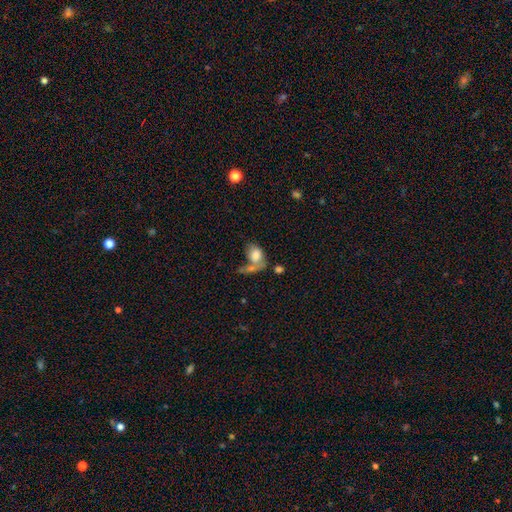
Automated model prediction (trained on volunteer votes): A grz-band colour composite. It shows a smooth galaxy with no disk features (74%) that is in between round and cigar-shaped (76%). Merging: merger (44%).